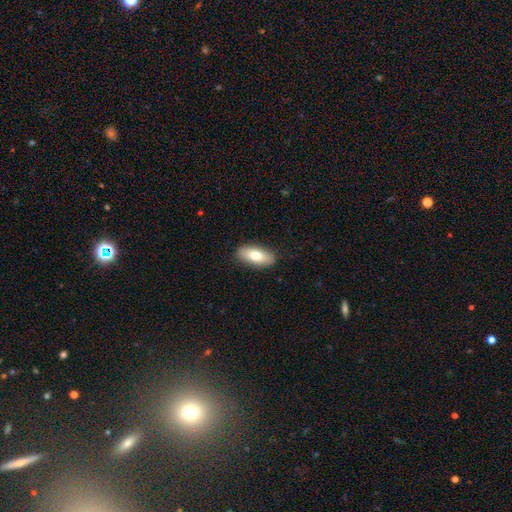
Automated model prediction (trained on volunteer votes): This is likely a smooth galaxy (76%). How rounded: clearly in between (84%). Merging: clearly none (89%).